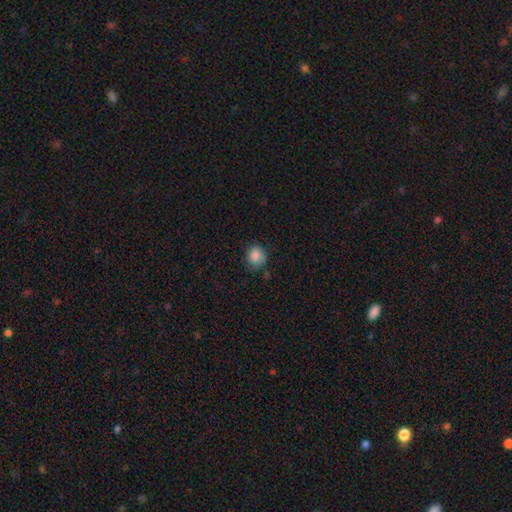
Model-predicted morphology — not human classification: Overall: smooth (84%). How rounded: round (76%). Merging: none (67%).